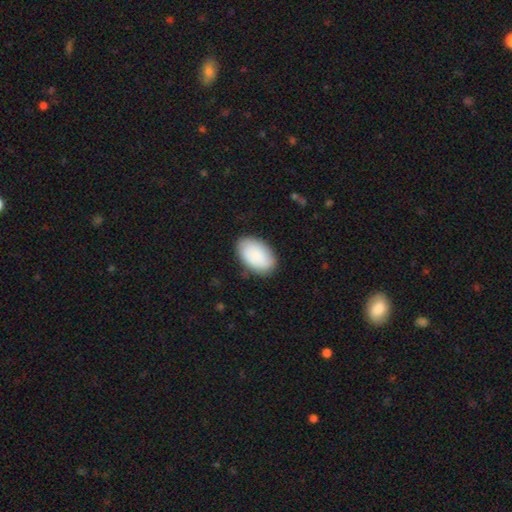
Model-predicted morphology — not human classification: This is clearly a smooth galaxy (86%). How rounded: clearly in between (93%). Merging: clearly none (84%).